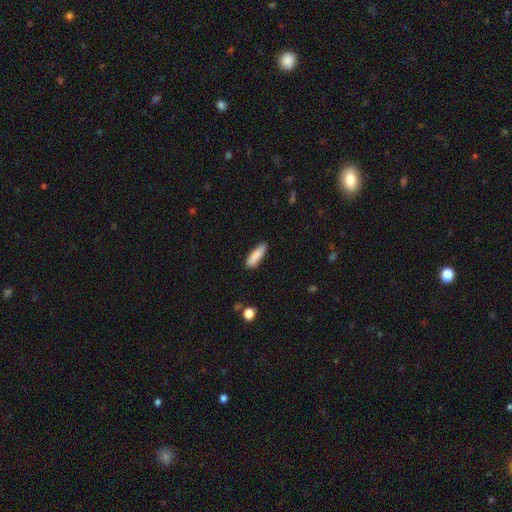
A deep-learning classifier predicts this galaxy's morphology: smooth_or_featured: smooth (p=0.86) [alt: featured or disk p=0.07]
how_rounded: cigar-shaped (p=0.61) [alt: in between p=0.37]
merging: none (p=0.85) [alt: minor disturbance p=0.12]